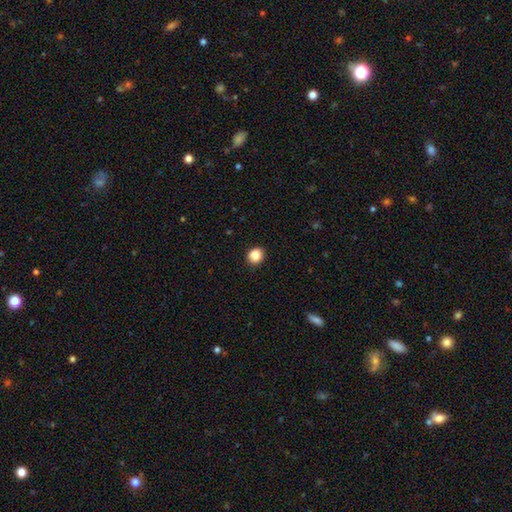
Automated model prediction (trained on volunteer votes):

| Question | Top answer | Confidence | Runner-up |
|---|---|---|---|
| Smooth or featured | smooth | 87% | star or artifact (10%) |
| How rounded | round | 80% | in between (19%) |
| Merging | none | 91% | minor disturbance (7%) |